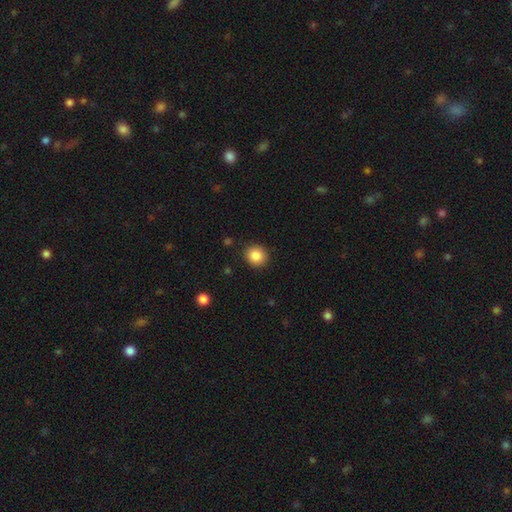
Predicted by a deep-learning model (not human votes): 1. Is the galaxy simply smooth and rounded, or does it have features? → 86% smooth, 9% star or artifact, 4% featured or disk.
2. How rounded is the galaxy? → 83% round, 16% in between, 1% cigar-shaped.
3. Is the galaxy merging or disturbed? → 90% none, 7% minor disturbance, 2% major disturbance, 1% merger.